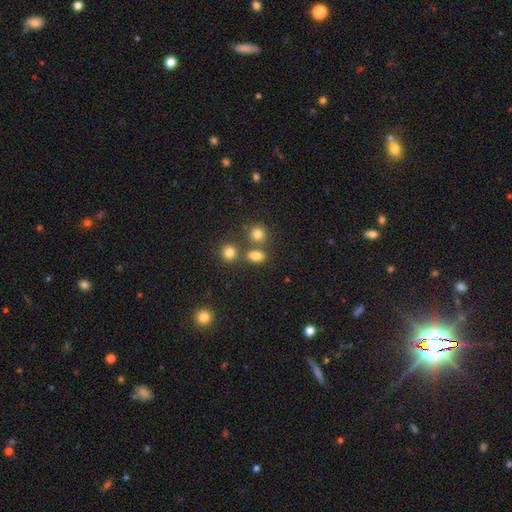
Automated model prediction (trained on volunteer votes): Smooth or featured?
  - smooth: 80% *
  - star or artifact: 13%
  - featured or disk: 7%
How rounded?
  - in between: 62% *
  - round: 35%
  - cigar-shaped: 3%
Merging?
  - none: 66% *
  - merger: 20%
  - minor disturbance: 10%
  - major disturbance: 4%